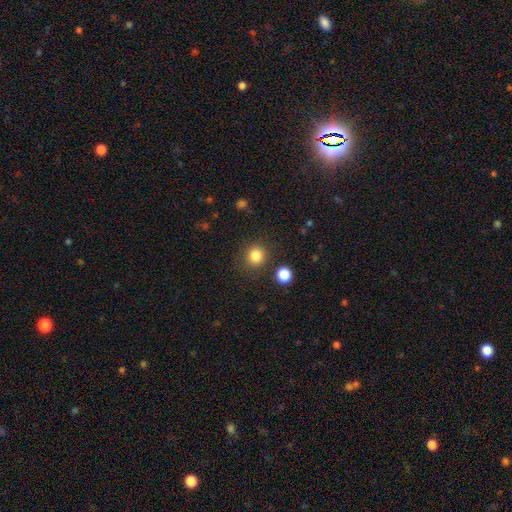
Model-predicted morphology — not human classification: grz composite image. It shows a smooth galaxy with no disk features (84%) that is round (86%). Merging: none (84%).